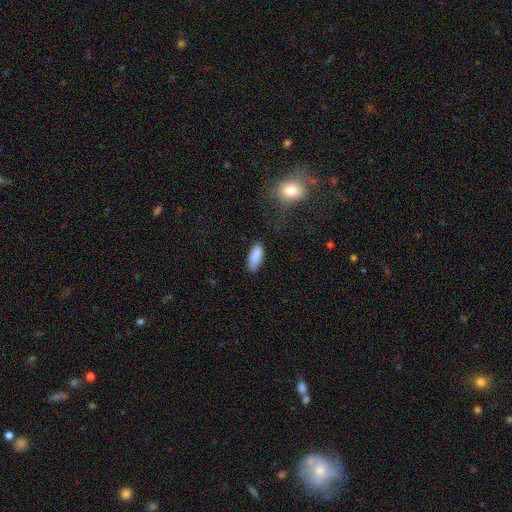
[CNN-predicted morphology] smooth_or_featured: smooth (p=0.88) [alt: star or artifact p=0.07]
how_rounded: in between (p=0.83) [alt: cigar-shaped p=0.16]
merging: none (p=0.78) [alt: minor disturbance p=0.16]